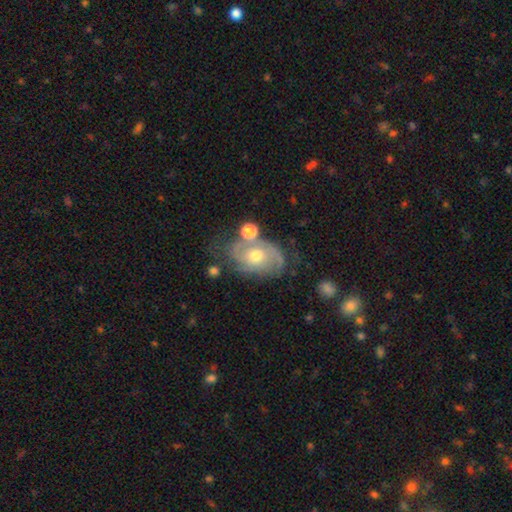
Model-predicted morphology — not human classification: Smooth or featured? Predicted: featured or disk (p=0.75). Edge-on disk? Predicted: no (p=0.96). Bar? Predicted: no (p=0.76). Spiral arms? Predicted: yes (p=0.88). Spiral winding? Predicted: tight (p=0.48). Spiral arm count? Predicted: 2 (p=0.52). Bulge size? Predicted: moderate (p=0.65). Merging? Predicted: none (p=0.55).